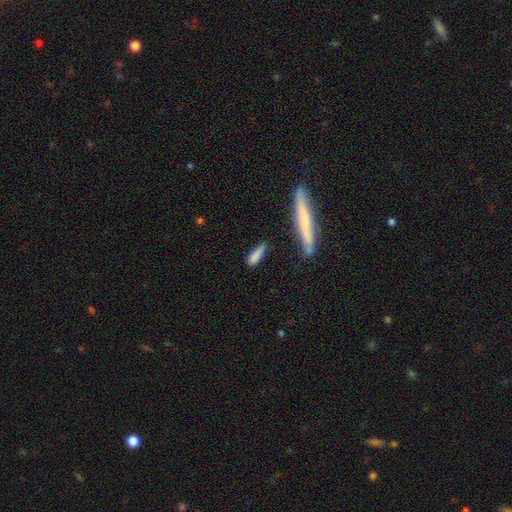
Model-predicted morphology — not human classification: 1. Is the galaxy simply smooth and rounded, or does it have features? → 82% smooth, 11% featured or disk, 7% star or artifact.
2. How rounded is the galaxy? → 69% cigar-shaped, 28% in between, 2% round.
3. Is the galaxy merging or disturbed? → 70% none, 21% minor disturbance, 5% major disturbance, 5% merger.